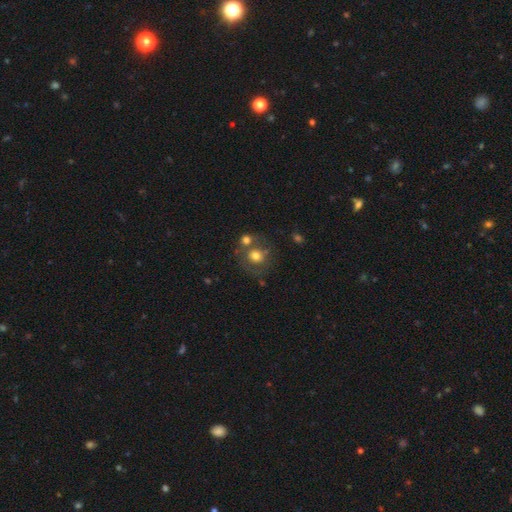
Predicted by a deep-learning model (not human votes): smooth 64%, featured or disk 25%, star or artifact 11%. Down the decision tree: how rounded — round (82%); merging — none (53%).